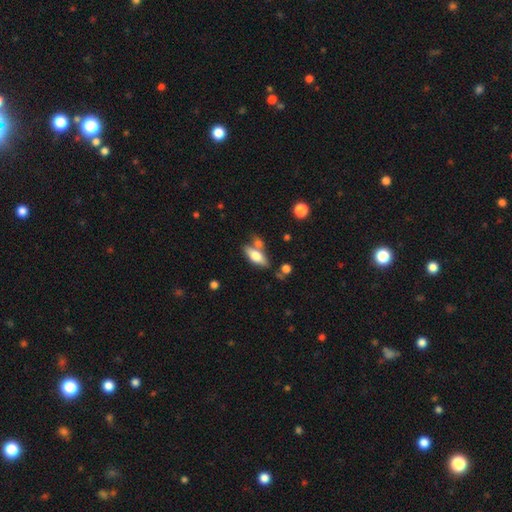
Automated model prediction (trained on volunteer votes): Smooth or featured: smooth — 58% (featured or disk — 35%)
How rounded: in between — 67% (cigar-shaped — 30%)
Merging: none — 61% (merger — 19%)